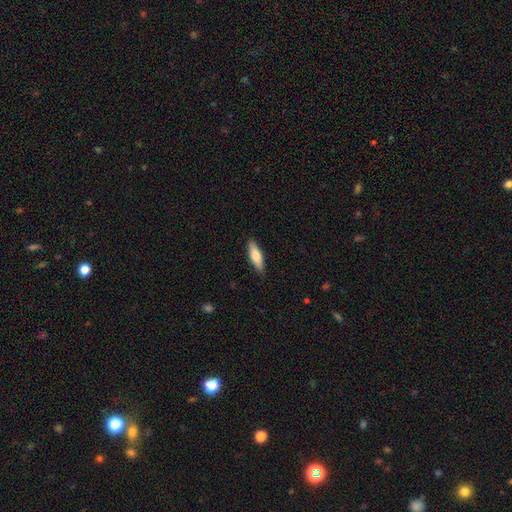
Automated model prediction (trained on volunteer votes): Smooth or featured? smooth (67%)
How rounded? cigar-shaped (55%)
Merging? none (89%)